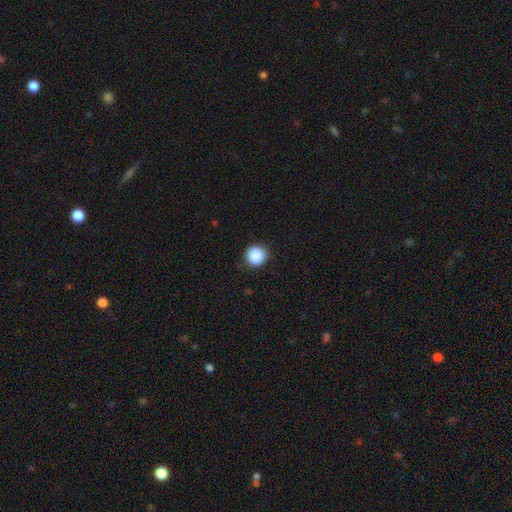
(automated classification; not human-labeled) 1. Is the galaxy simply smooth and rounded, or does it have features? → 89% smooth, 9% star or artifact, 2% featured or disk.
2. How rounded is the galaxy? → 95% round, 4% in between, 1% cigar-shaped.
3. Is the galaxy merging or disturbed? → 91% none, 6% minor disturbance, 2% major disturbance, 1% merger.